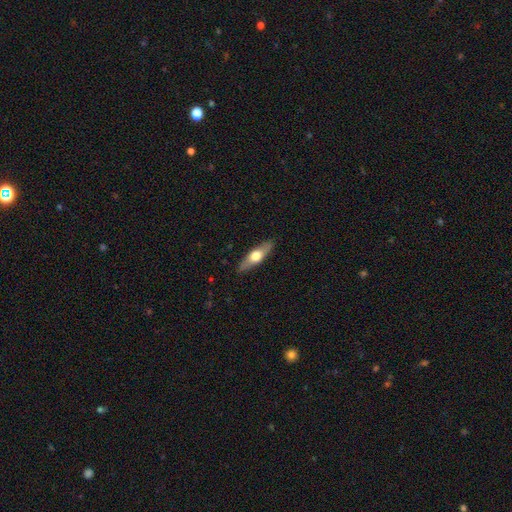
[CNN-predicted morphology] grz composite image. It shows a smooth galaxy with no disk features (47%, tied with featured or disk). Merging: none (88%).